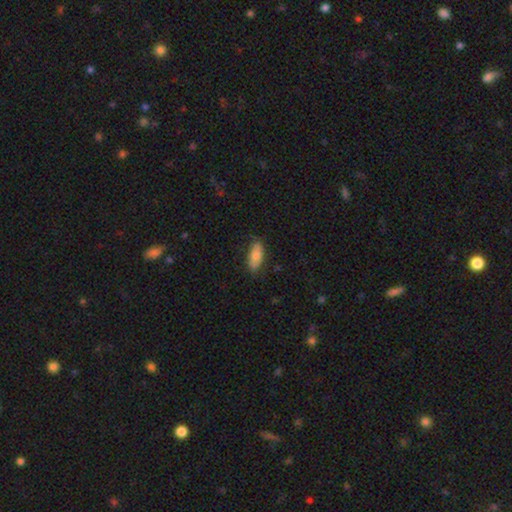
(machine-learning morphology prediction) Q: Smooth or featured?
A: smooth (72%); runner-up: featured or disk (22%)
Q: How rounded?
A: in between (85%); runner-up: cigar-shaped (13%)
Q: Merging?
A: none (73%); runner-up: minor disturbance (21%)